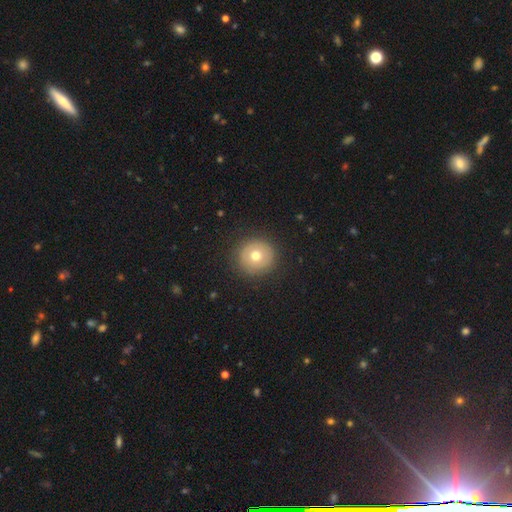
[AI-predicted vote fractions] Smooth or featured? smooth (66%)
How rounded? round (95%)
Merging? none (89%)